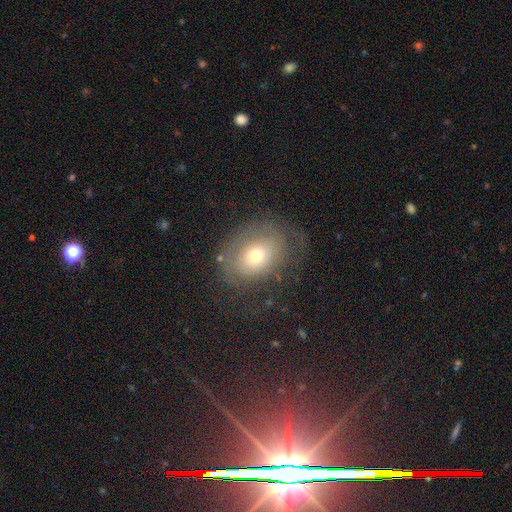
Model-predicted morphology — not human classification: Smooth or featured?
  - smooth: 51% *
  - featured or disk: 37%
  - star or artifact: 12%
How rounded?
  - in between: 61% *
  - round: 38%
  - cigar-shaped: 1%
Merging?
  - none: 58% *
  - minor disturbance: 21%
  - major disturbance: 19%
  - merger: 2%